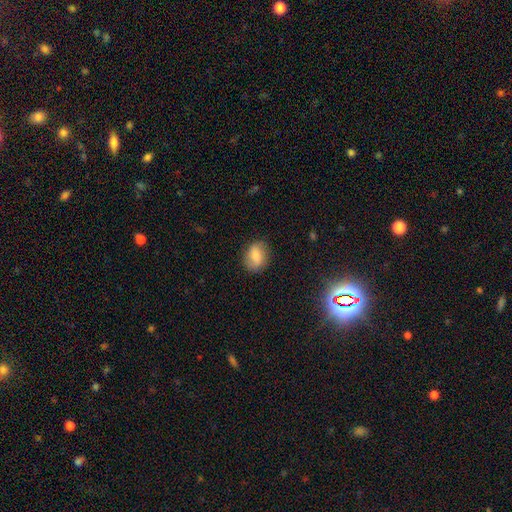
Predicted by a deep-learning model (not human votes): Smooth or featured? Predicted: smooth (p=0.74). How rounded? Predicted: in between (p=0.65). Merging? Predicted: none (p=0.81).